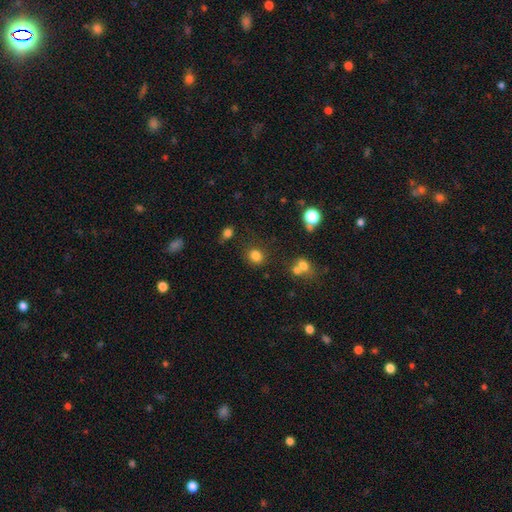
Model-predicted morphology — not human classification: Overall: smooth (81%). How rounded: round (74%). Merging: none (80%).